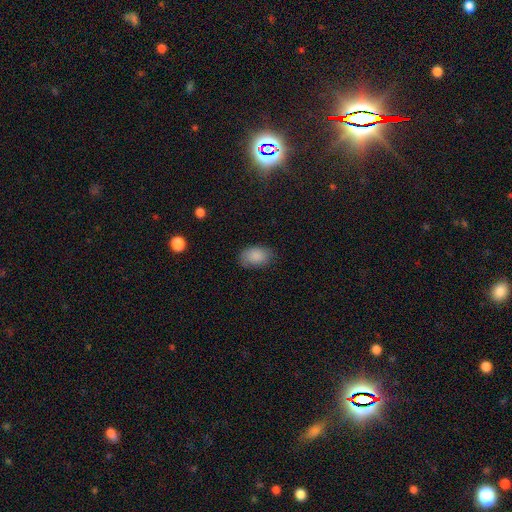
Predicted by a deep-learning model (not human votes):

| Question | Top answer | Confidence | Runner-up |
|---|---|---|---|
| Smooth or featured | smooth | 86% | star or artifact (8%) |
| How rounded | in between | 88% | round (11%) |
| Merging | none | 76% | minor disturbance (19%) |